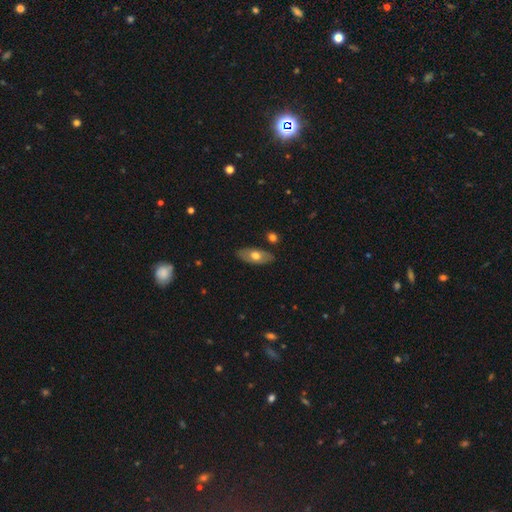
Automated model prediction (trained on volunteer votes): smooth 62%, featured or disk 32%, star or artifact 6%. Down the decision tree: how rounded — in between (87%); merging — none (83%).